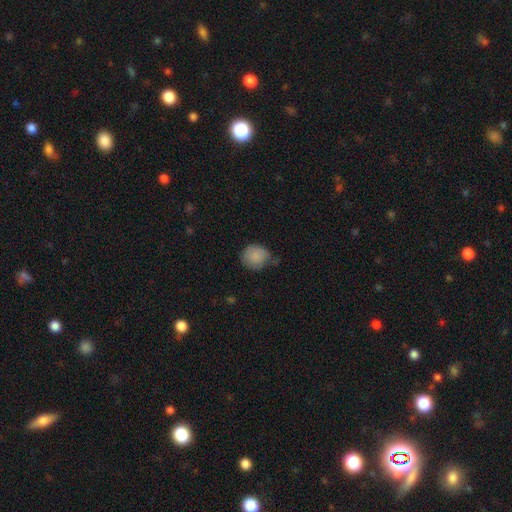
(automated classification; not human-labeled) smooth_or_featured: smooth (p=0.85) [alt: star or artifact p=0.08]
how_rounded: round (p=0.80) [alt: in between p=0.19]
merging: none (p=0.49) [alt: minor disturbance p=0.37]